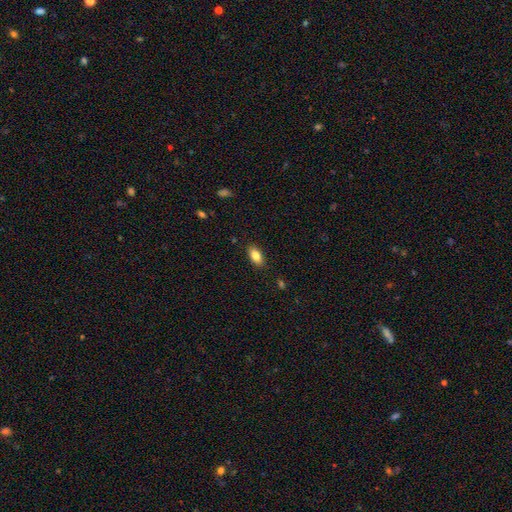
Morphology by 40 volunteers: type=smooth (95%); roundness=in between (92%); merging=none (89%).